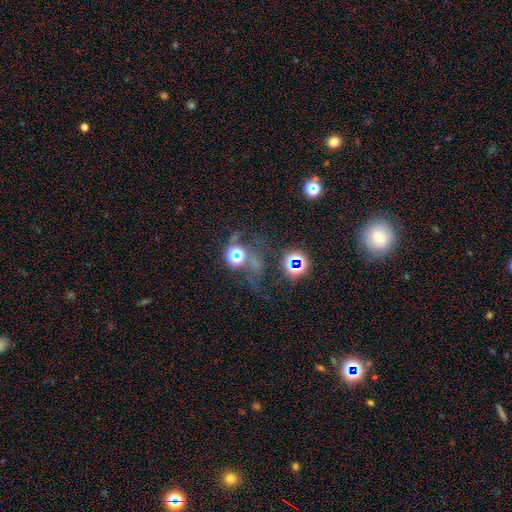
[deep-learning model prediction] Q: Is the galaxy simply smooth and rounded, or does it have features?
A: star or artifact — 64%.